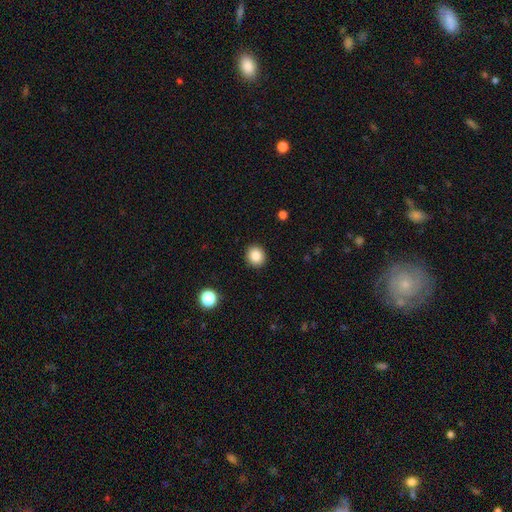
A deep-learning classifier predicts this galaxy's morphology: Q: Smooth or featured?
A: smooth (86%); runner-up: star or artifact (10%)
Q: How rounded?
A: round (82%); runner-up: in between (17%)
Q: Merging?
A: none (92%); runner-up: minor disturbance (5%)